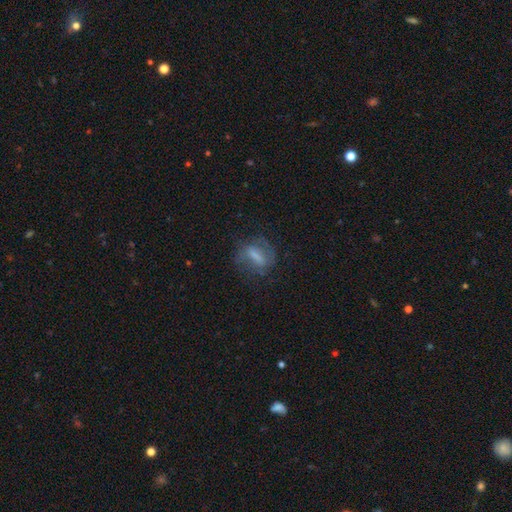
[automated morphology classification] A smooth galaxy with no disk features (46%). Merging: none (59%).